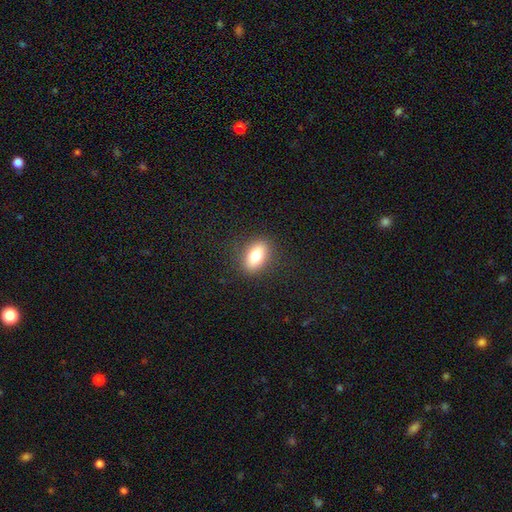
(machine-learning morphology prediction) Q: Smooth or featured?
A: smooth (75%); runner-up: featured or disk (16%)
Q: How rounded?
A: in between (81%); runner-up: round (14%)
Q: Merging?
A: none (86%); runner-up: minor disturbance (9%)